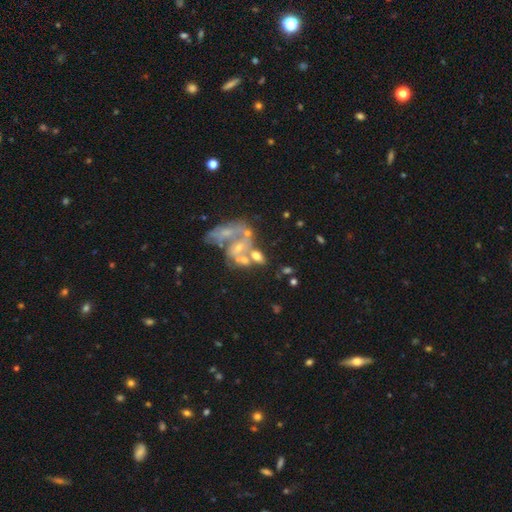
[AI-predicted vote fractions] smooth_or_featured: featured or disk (p=0.63) [alt: smooth p=0.21]
disk_edge_on: no (p=0.97) [alt: yes p=0.03]
bar: no (p=0.78) [alt: weak p=0.16]
has_spiral_arms: no (p=0.70) [alt: yes p=0.30]
bulge_size: small (p=0.39) [alt: none p=0.34]
merging: merger (p=0.45) [alt: major disturbance p=0.23]